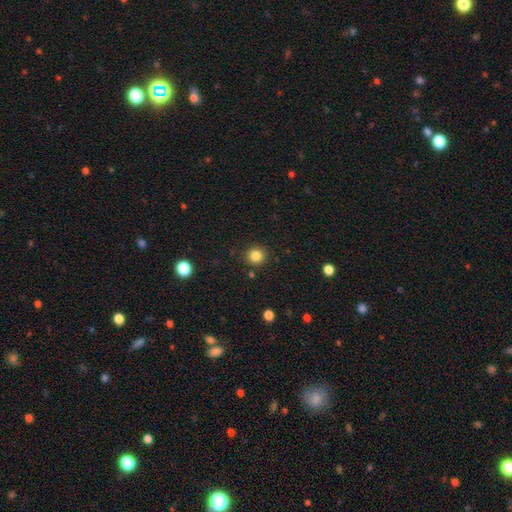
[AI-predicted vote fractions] Q: Smooth or featured?
A: smooth (84%); runner-up: star or artifact (12%)
Q: How rounded?
A: round (90%); runner-up: in between (9%)
Q: Merging?
A: none (89%); runner-up: minor disturbance (7%)